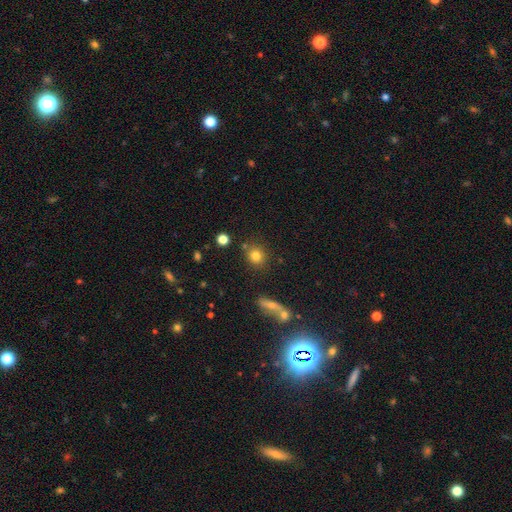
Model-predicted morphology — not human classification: This is likely a smooth galaxy (79%). How rounded: clearly round (84%). Merging: likely none (79%).